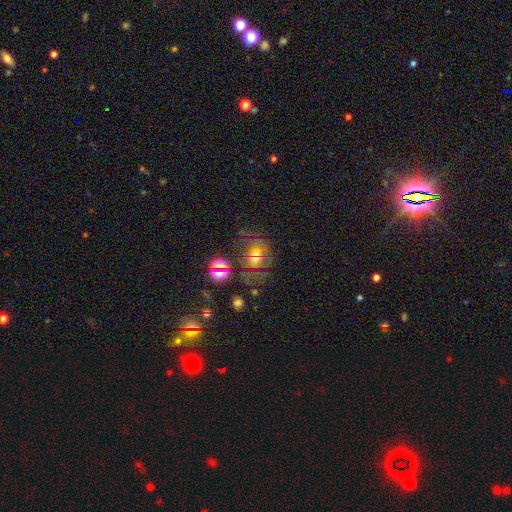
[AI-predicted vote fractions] This is marginally a star or artifact rather than a galaxy (40%).